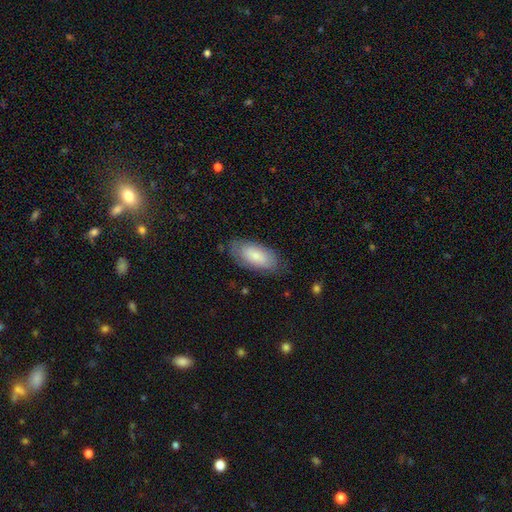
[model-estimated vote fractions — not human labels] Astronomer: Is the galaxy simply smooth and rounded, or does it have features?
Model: smooth — 76%.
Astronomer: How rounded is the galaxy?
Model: in between — 91%.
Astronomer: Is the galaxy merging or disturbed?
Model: none — 77%.